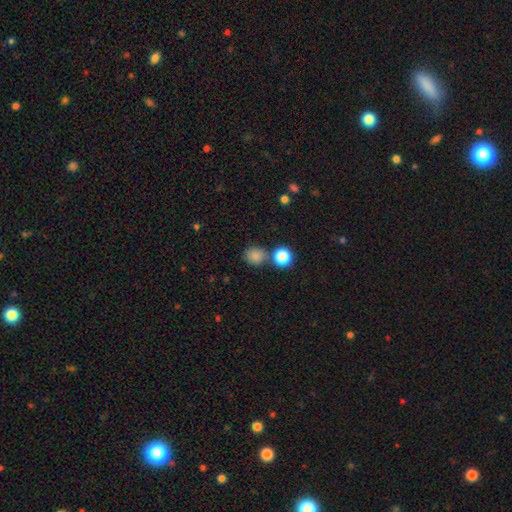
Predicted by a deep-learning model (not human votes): This is clearly a smooth galaxy (83%). How rounded: clearly round (81%). Merging: likely none (67%).